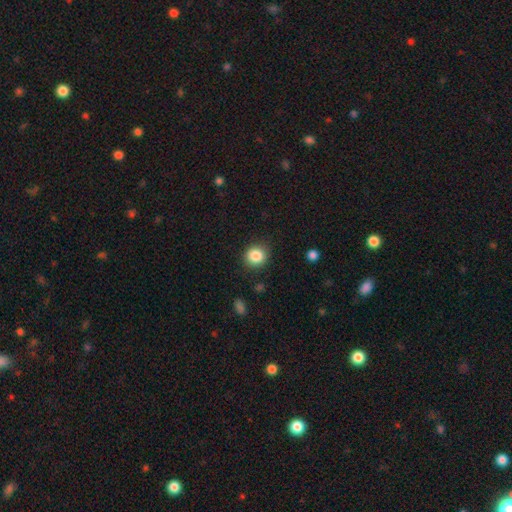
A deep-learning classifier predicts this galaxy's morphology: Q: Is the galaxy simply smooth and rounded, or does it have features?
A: smooth — 86%.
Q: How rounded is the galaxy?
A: round — 85%.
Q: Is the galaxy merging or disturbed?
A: none — 88%.